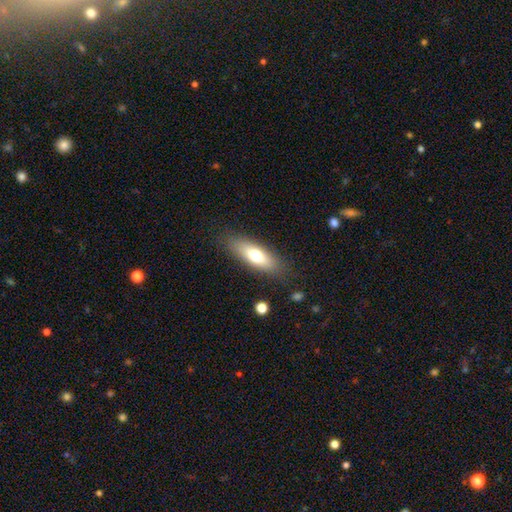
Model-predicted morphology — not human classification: smooth-or-featured: smooth: 66% | featured or disk: 27% | star or artifact: 7%
  how-rounded: in between: 59% | cigar-shaped: 38% | round: 3%
  merging: none: 84% | minor disturbance: 11% | major disturbance: 3% | merger: 1%